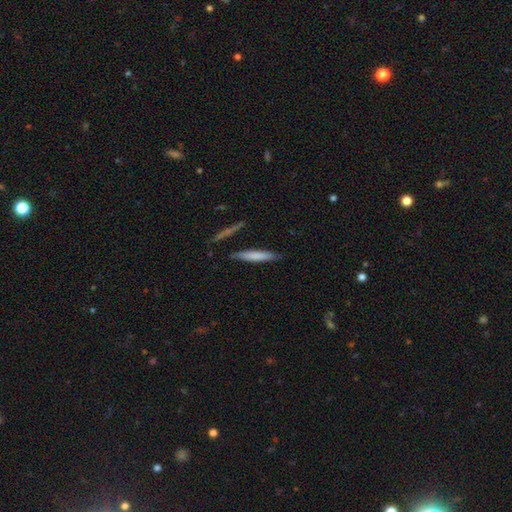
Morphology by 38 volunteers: smooth_or_featured: smooth (p=0.71) [alt: featured or disk p=0.26]
how_rounded: cigar-shaped (p=0.96) [alt: in between p=0.04]
merging: none (p=0.95) [alt: minor disturbance p=0.03]